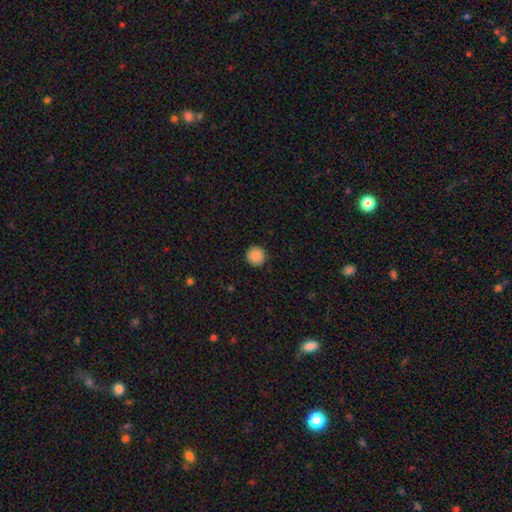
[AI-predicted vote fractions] This appears to be a smooth galaxy with no disk features (88%) that is round (95%). Merging: none (92%).